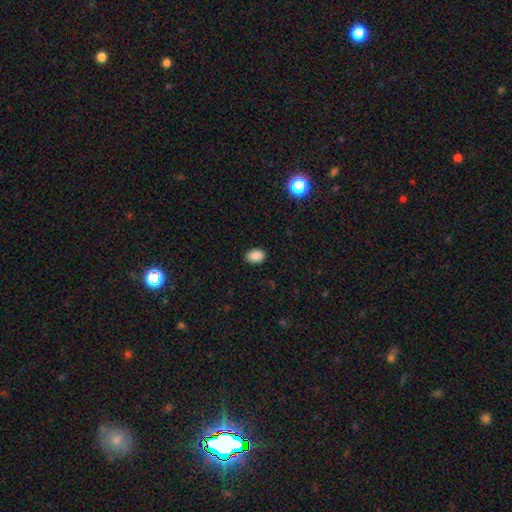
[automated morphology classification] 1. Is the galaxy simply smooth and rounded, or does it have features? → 88% smooth, 9% star or artifact, 3% featured or disk.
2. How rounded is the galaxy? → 79% in between, 20% round, 1% cigar-shaped.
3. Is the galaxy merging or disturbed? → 88% none, 9% minor disturbance, 2% major disturbance, 1% merger.